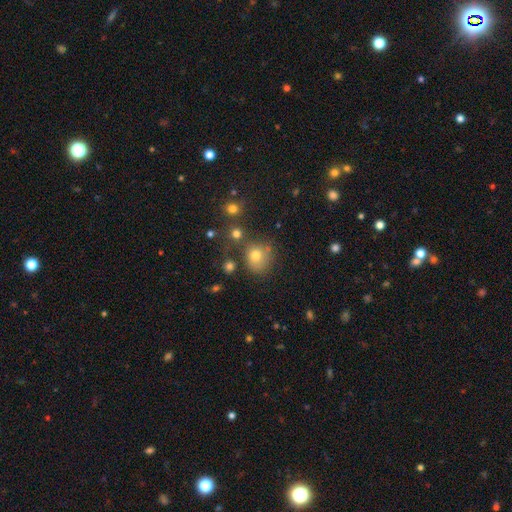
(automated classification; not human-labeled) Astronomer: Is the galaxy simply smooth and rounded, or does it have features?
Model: smooth — 74%.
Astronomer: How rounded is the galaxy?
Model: round — 72%.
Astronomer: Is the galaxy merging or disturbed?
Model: none — 59%.